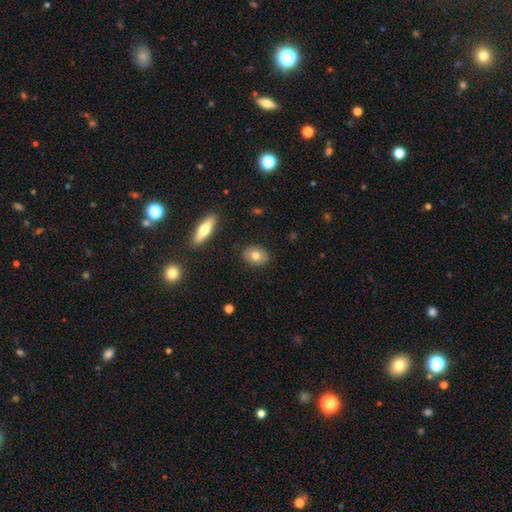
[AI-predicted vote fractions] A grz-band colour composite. It shows a smooth galaxy with no disk features (74%) that is in between round and cigar-shaped (70%). Merging: none (87%).